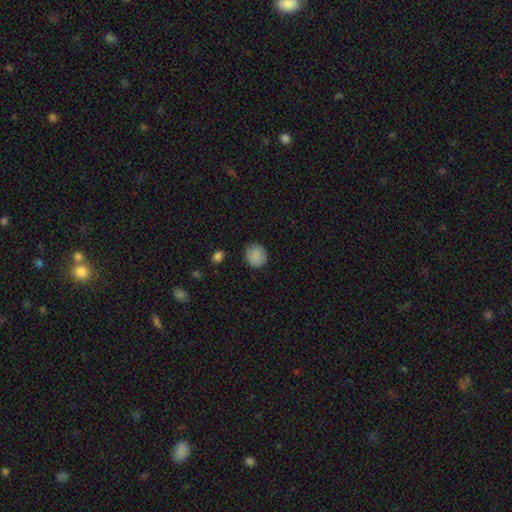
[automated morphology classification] smooth_or_featured: smooth (p=0.88) [alt: star or artifact p=0.08]
how_rounded: round (p=0.85) [alt: in between p=0.14]
merging: none (p=0.84) [alt: minor disturbance p=0.12]